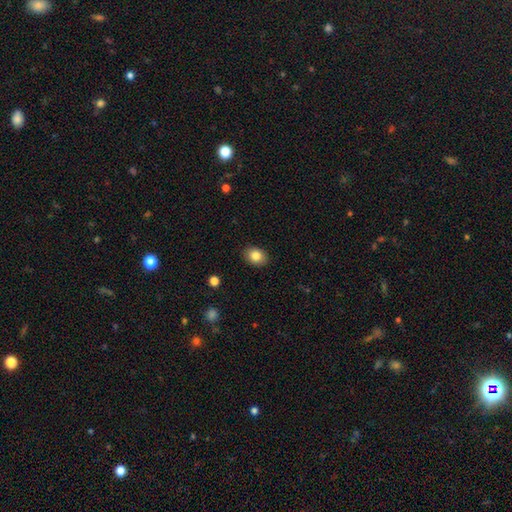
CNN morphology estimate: Smooth or featured? smooth (84%)
How rounded? in between (63%)
Merging? none (89%)